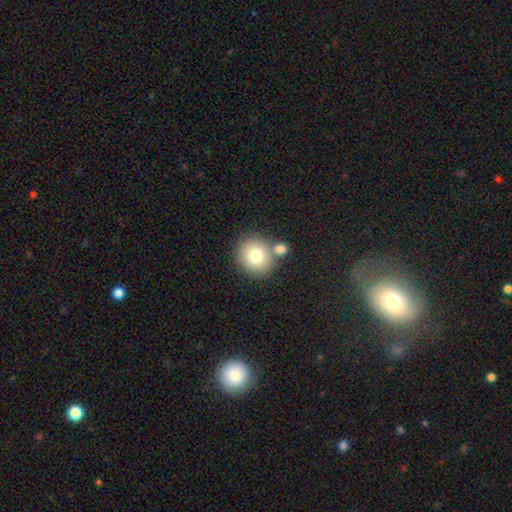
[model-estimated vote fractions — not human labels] This is likely a smooth galaxy (76%). How rounded: clearly round (84%). Merging: likely none (66%).